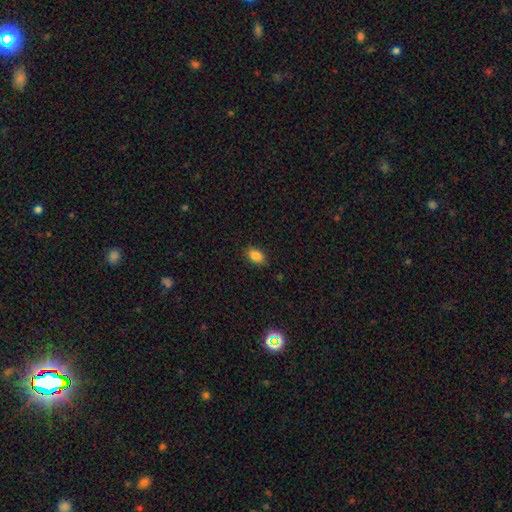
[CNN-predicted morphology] Smooth or featured? Predicted: smooth (p=0.87). How rounded? Predicted: in between (p=0.88). Merging? Predicted: none (p=0.87).